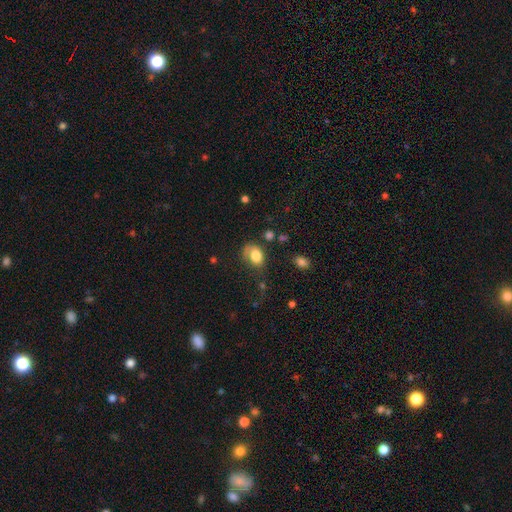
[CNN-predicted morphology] This is likely a smooth galaxy (76%). How rounded: likely in between (71%). Merging: possibly none (48%).